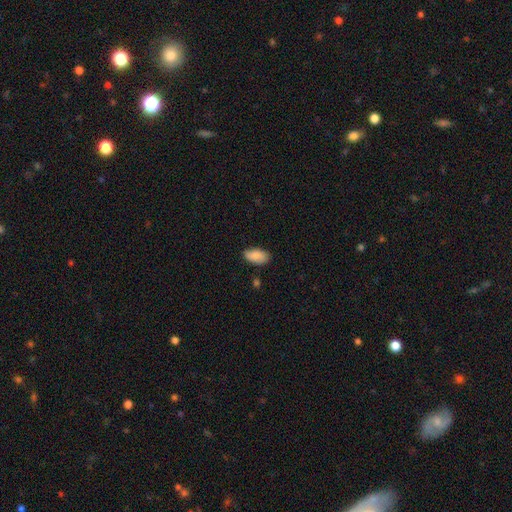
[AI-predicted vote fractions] A smooth galaxy with no disk features (86%) that is in between round and cigar-shaped (94%). Merging: none (77%).